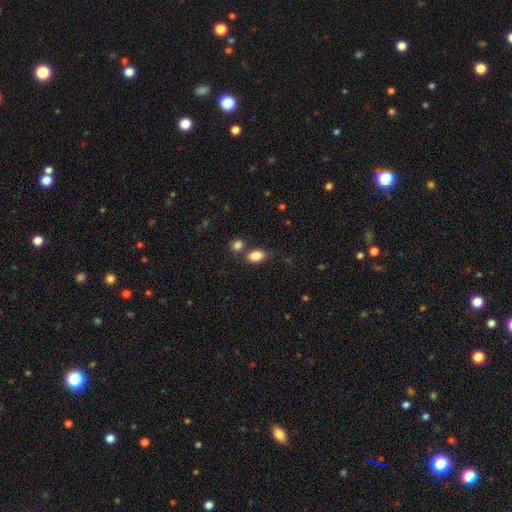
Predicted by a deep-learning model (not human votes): Morphology: type=smooth (85%); roundness=in between (83%); merging=none (63%).